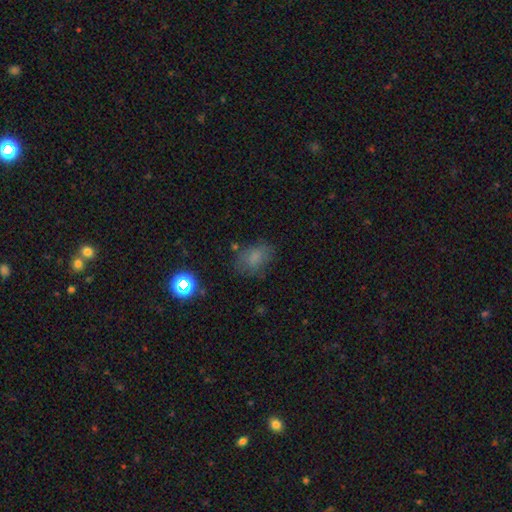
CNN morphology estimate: Smooth or featured?
  - smooth: 70% *
  - star or artifact: 16%
  - featured or disk: 14%
How rounded?
  - in between: 73% *
  - round: 25%
  - cigar-shaped: 2%
Merging?
  - none: 66% *
  - minor disturbance: 22%
  - major disturbance: 10%
  - merger: 3%